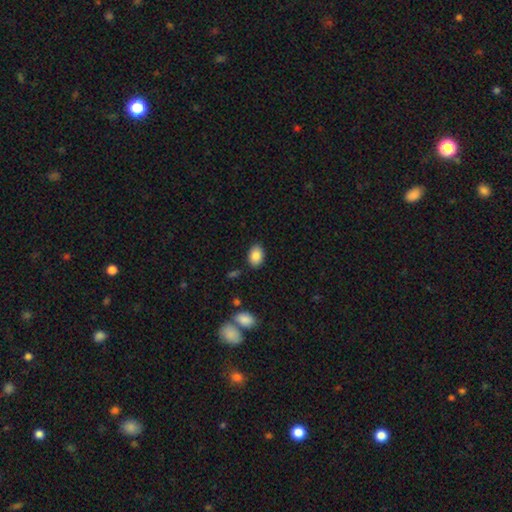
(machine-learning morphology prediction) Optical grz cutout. It shows a smooth galaxy with no disk features (87%) that is in between round and cigar-shaped (83%). Merging: none (84%).